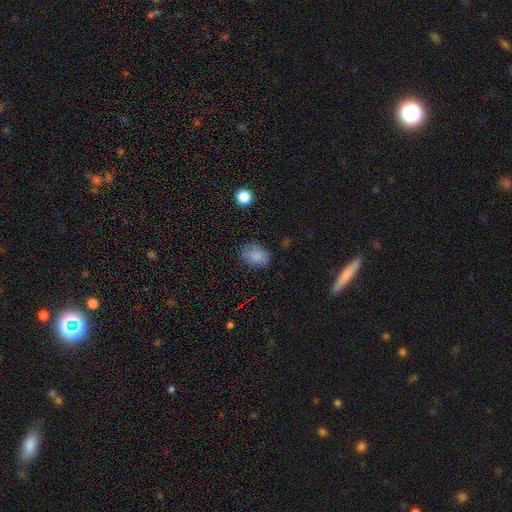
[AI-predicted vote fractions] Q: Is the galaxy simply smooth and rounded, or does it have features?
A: smooth — 83%.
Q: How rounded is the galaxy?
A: in between — 70%.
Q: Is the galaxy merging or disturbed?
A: none — 77%.